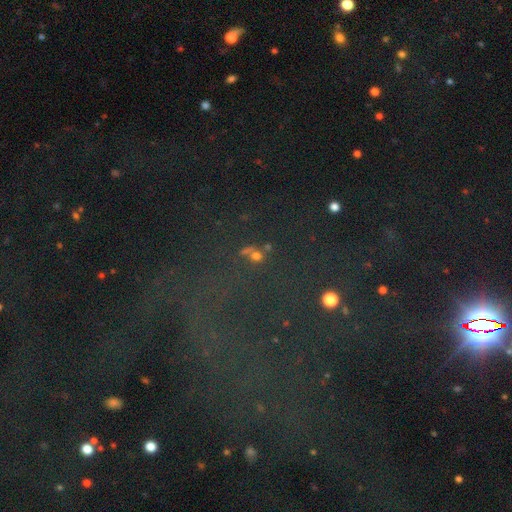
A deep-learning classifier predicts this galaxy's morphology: A star or artifact, not a galaxy (60%).